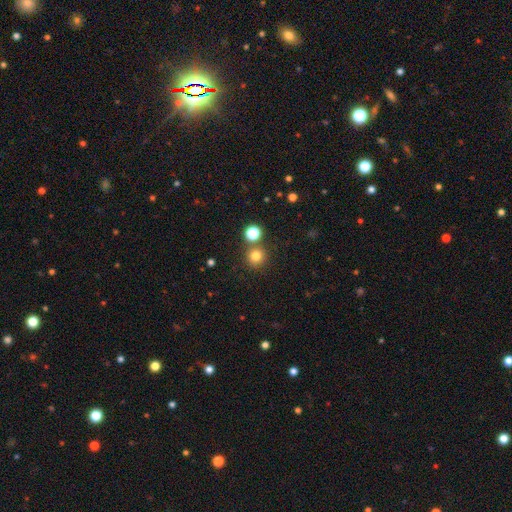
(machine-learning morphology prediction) Overall: smooth (78%). How rounded: round (93%). Merging: none (78%).